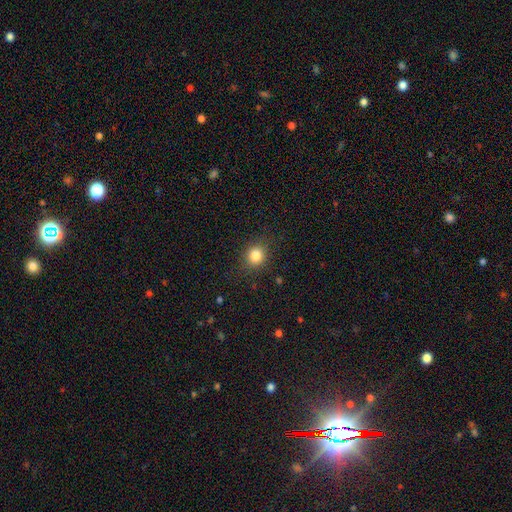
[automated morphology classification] Smooth or featured? Predicted: smooth (p=0.82). How rounded? Predicted: round (p=0.78). Merging? Predicted: none (p=0.85).